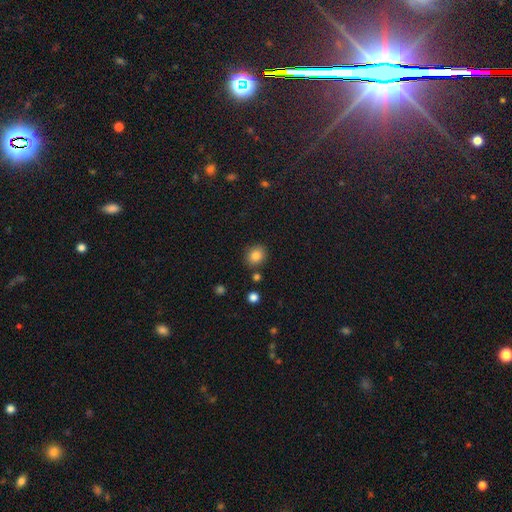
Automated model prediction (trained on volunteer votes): Smooth or featured? Predicted: smooth (p=0.83). How rounded? Predicted: round (p=0.71). Merging? Predicted: none (p=0.85).